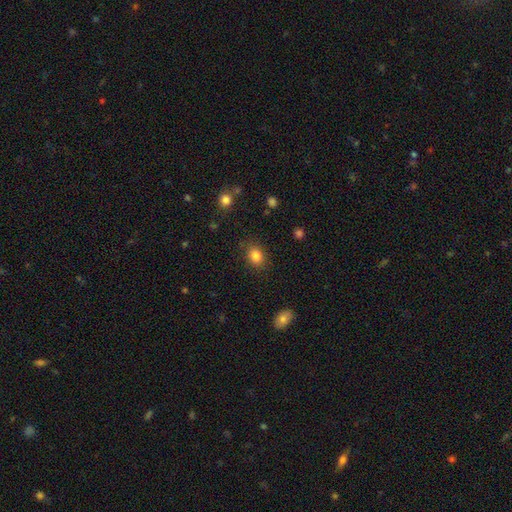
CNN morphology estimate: Smooth or featured? smooth (84%)
How rounded? round (51%)
Merging? none (84%)